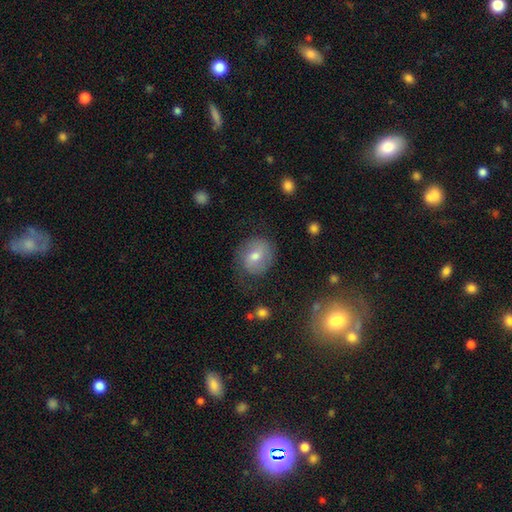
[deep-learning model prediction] smooth-or-featured: smooth: 55% | featured or disk: 36% | star or artifact: 9%
  how-rounded: round: 71% | in between: 28% | cigar-shaped: 1%
  merging: none: 69% | minor disturbance: 19% | major disturbance: 10% | merger: 2%